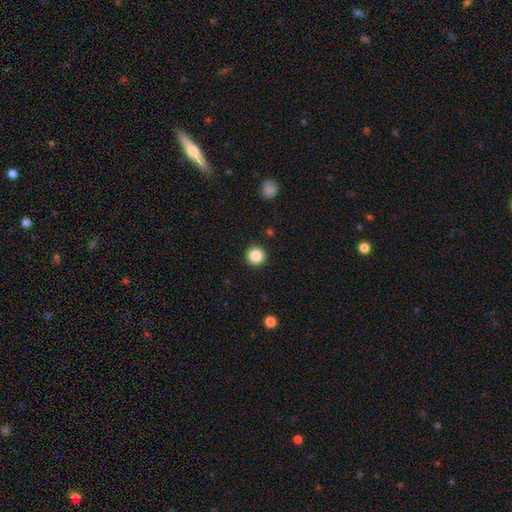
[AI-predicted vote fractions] smooth-or-featured: smooth: 86% | star or artifact: 10% | featured or disk: 4%
  how-rounded: round: 96% | in between: 3% | cigar-shaped: 1%
  merging: none: 93% | minor disturbance: 4% | major disturbance: 2% | merger: 1%